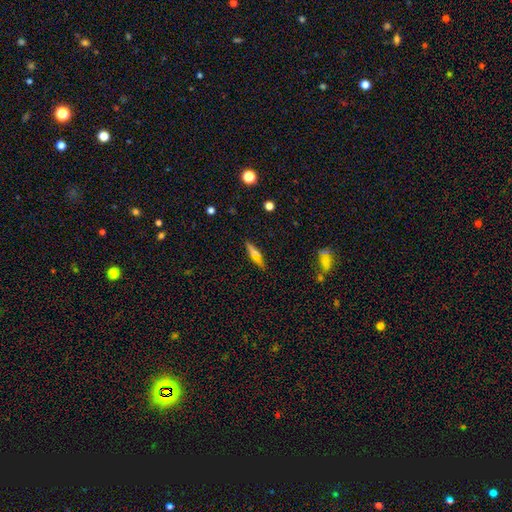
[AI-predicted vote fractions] smooth_or_featured: featured or disk (p=0.54) [alt: smooth p=0.38]
disk_edge_on: yes (p=0.94) [alt: no p=0.06]
edge_on_bulge: rounded (p=0.89) [alt: none p=0.07]
merging: none (p=0.89) [alt: minor disturbance p=0.08]